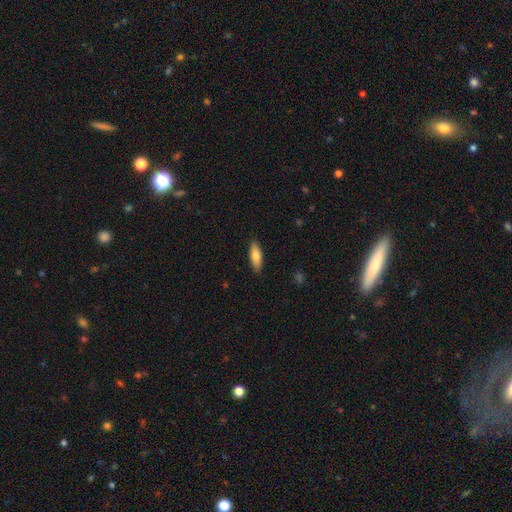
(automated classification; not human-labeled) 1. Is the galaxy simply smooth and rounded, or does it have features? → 78% smooth, 16% featured or disk, 6% star or artifact.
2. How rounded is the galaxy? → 63% in between, 35% cigar-shaped, 2% round.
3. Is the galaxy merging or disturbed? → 89% none, 8% minor disturbance, 2% major disturbance, 1% merger.